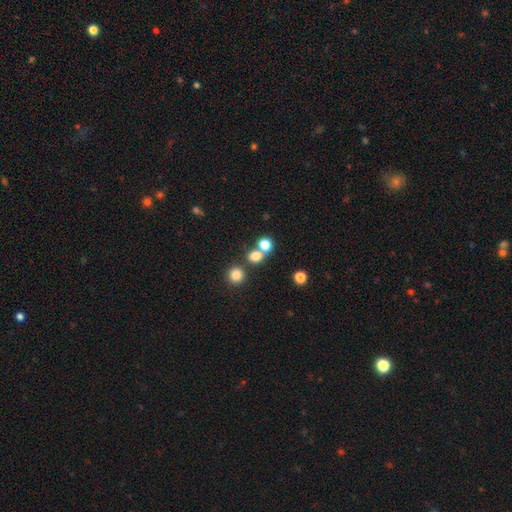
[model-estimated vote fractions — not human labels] smooth 76%, star or artifact 16%, featured or disk 8%. Down the decision tree: how rounded — round (77%); merging — none (58%).